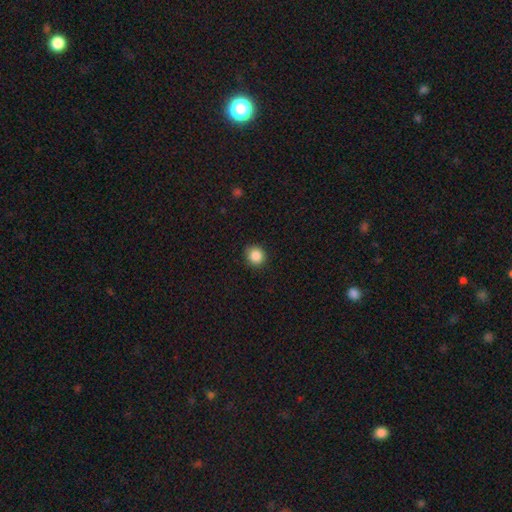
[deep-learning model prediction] Smooth or featured: smooth — 87% (star or artifact — 10%)
How rounded: round — 88% (in between — 11%)
Merging: none — 89% (minor disturbance — 8%)